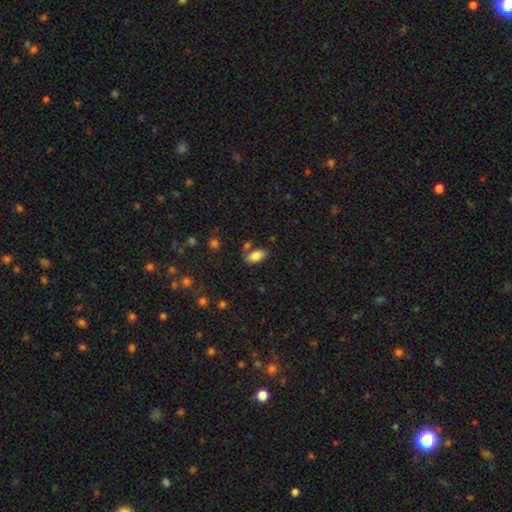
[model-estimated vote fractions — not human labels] This appears to be a smooth galaxy with no disk features (84%) that is in between round and cigar-shaped (90%). Merging: none (73%).